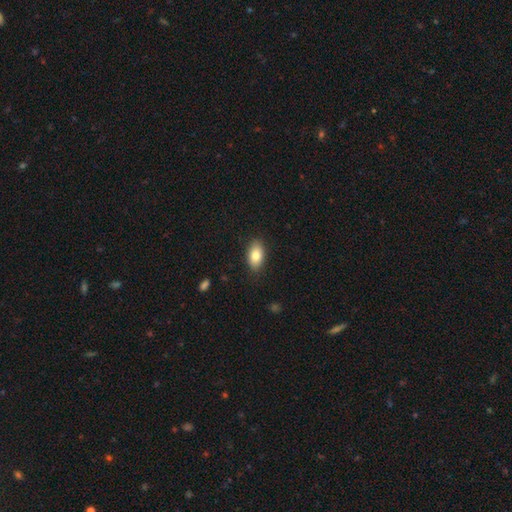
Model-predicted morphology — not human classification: A smooth galaxy with no disk features (82%) that is in between round and cigar-shaped (91%). Merging: none (86%).